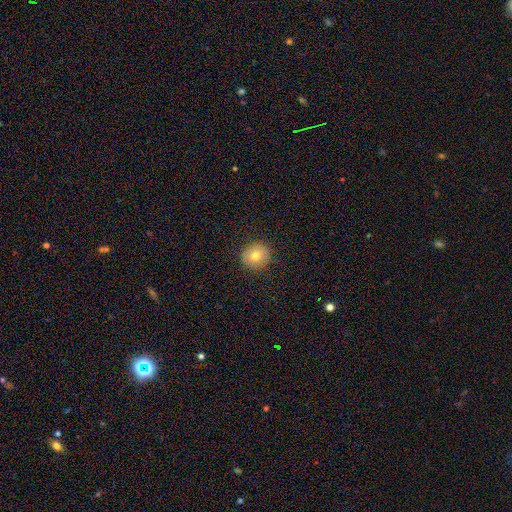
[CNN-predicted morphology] A smooth galaxy with no disk features (74%) that is round (88%). Merging: none (89%).